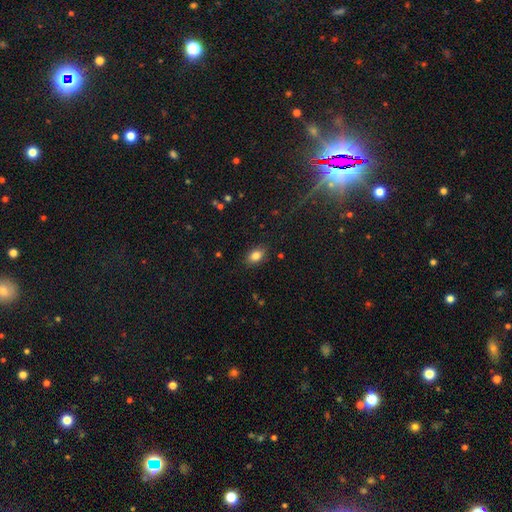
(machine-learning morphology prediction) type=smooth (83%); roundness=in between (84%); merging=none (86%).